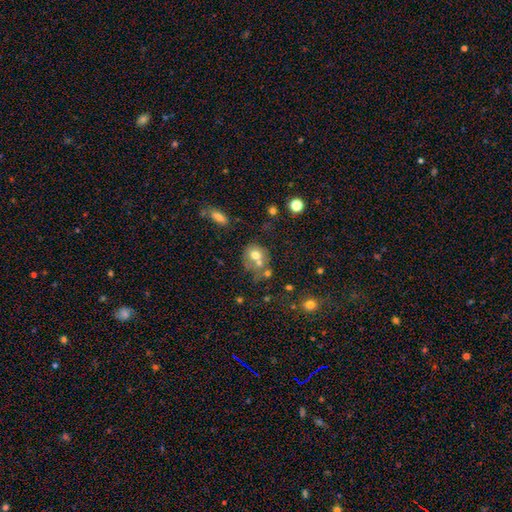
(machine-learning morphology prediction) The model was most divided on "merging": merger: 44%, none: 34%, minor disturbance: 14%, major disturbance: 8%. More confident: how rounded — round (66%); smooth or featured — smooth (66%).